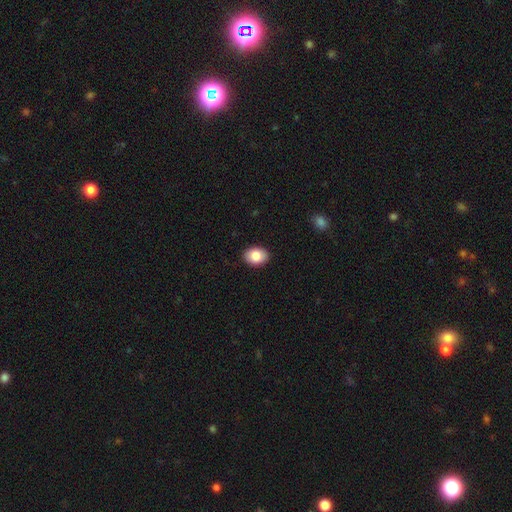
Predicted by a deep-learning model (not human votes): A smooth galaxy with no disk features (84%) that is in between round and cigar-shaped (75%). Merging: none (90%).